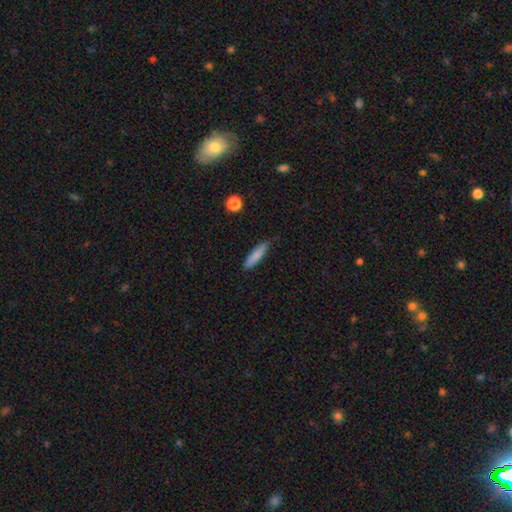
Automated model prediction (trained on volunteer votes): Q: Smooth or featured?
A: smooth (82%); runner-up: featured or disk (11%)
Q: How rounded?
A: cigar-shaped (79%); runner-up: in between (20%)
Q: Merging?
A: none (84%); runner-up: minor disturbance (13%)